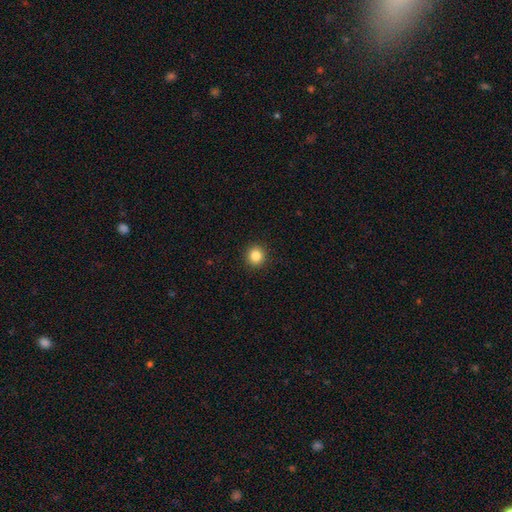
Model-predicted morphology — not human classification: This is clearly a smooth galaxy (84%). How rounded: clearly round (92%). Merging: clearly none (93%).